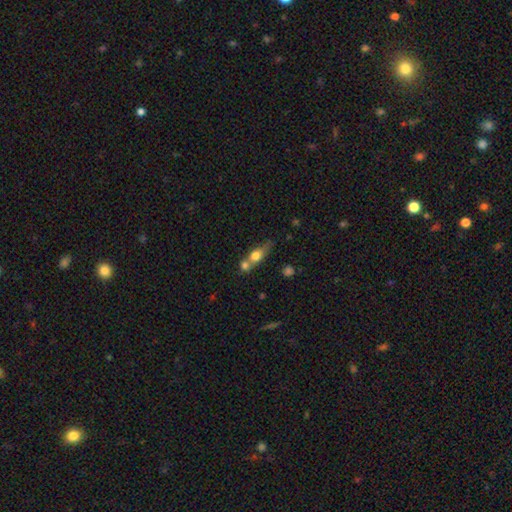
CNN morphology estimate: type=smooth (68%); roundness=in between (50%); merging=merger (56%).